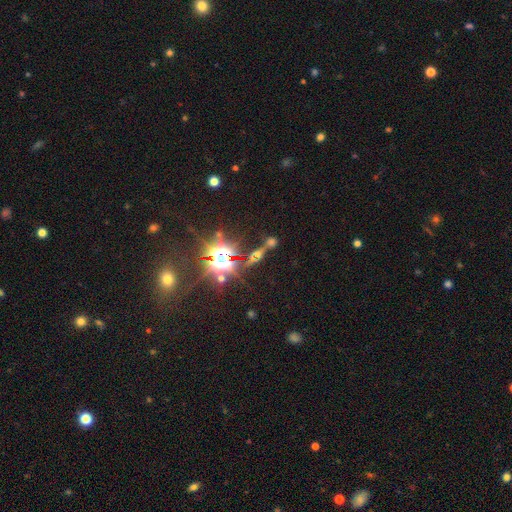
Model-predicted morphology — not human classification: A star or artifact, not a galaxy (57%).